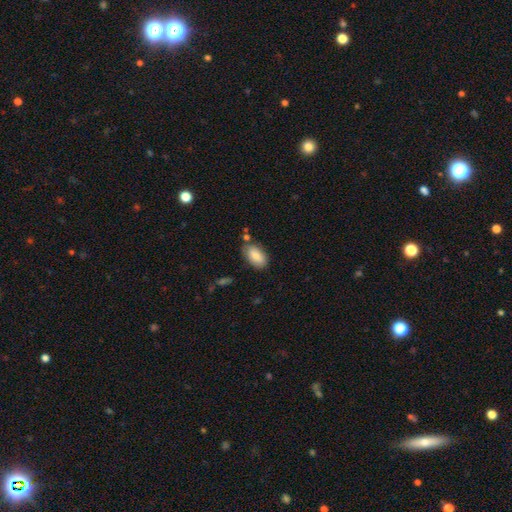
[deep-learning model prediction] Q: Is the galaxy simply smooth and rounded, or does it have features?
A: smooth — 82%.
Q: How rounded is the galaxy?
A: in between — 94%.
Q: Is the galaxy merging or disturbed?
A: none — 72%.